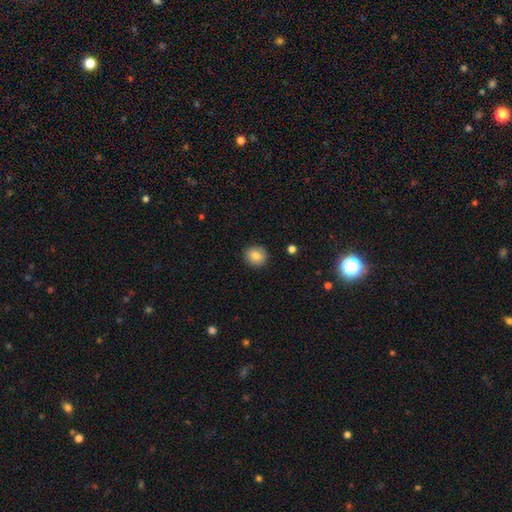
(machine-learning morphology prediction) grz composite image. It shows a smooth galaxy with no disk features (82%) that is round (91%). Merging: none (90%).